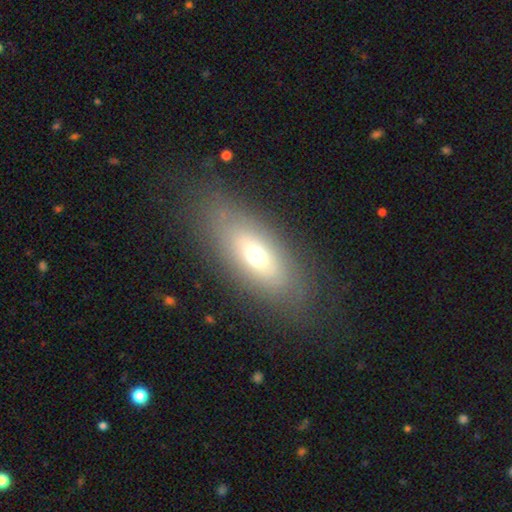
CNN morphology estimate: type=smooth (55%); roundness=in between (80%); merging=none (77%).